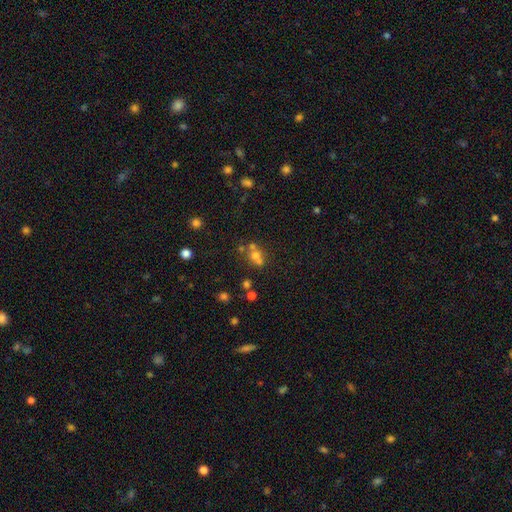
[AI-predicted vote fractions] smooth 57%, star or artifact 23%, featured or disk 20%. Down the decision tree: how rounded — round (71%); merging — merger (42%, tied with none).